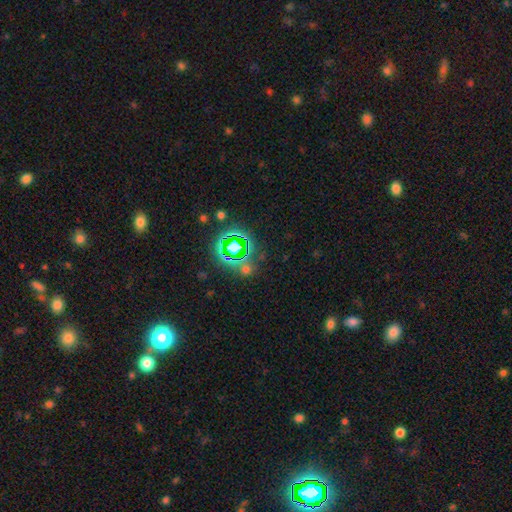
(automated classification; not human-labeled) Overall: star or artifact (73%).